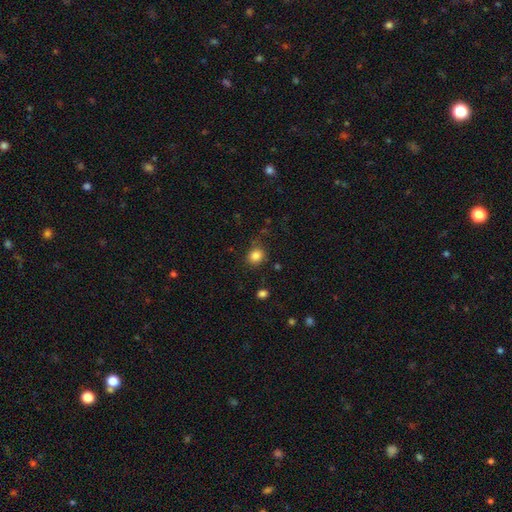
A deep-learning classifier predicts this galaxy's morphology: smooth-or-featured: smooth: 84% | star or artifact: 11% | featured or disk: 5%
  how-rounded: round: 72% | in between: 27% | cigar-shaped: 1%
  merging: none: 78% | minor disturbance: 15% | major disturbance: 5% | merger: 3%